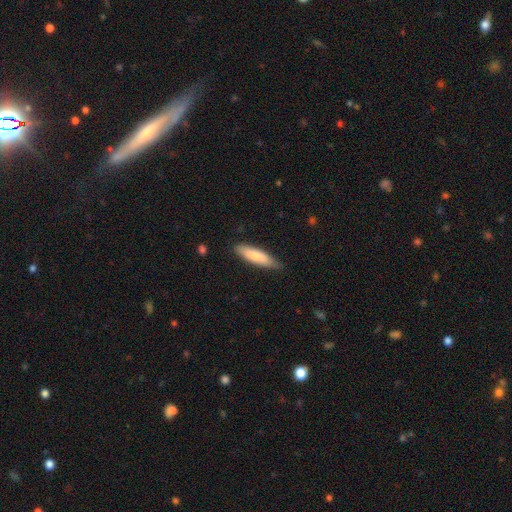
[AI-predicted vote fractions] A smooth galaxy with no disk features (81%) that is cigar-shaped (69%). Merging: none (78%).